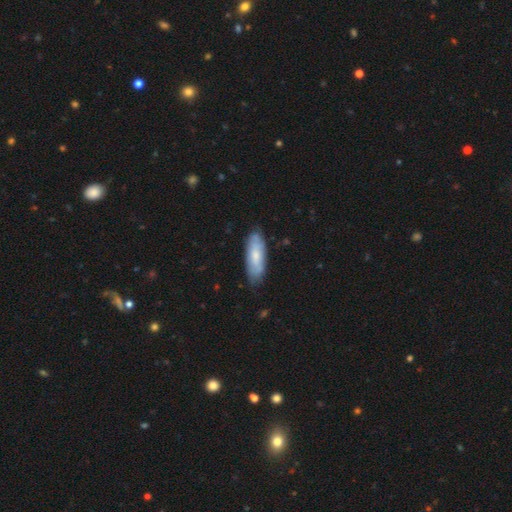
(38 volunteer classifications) Morphology: type=smooth (71%); roundness=cigar-shaped (52%); merging=none (74%).